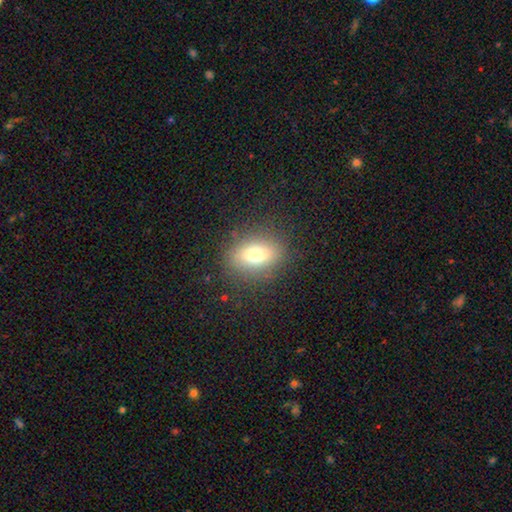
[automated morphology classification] This appears to be a smooth galaxy with no disk features (72%) that is in between round and cigar-shaped (59%). Merging: none (84%).